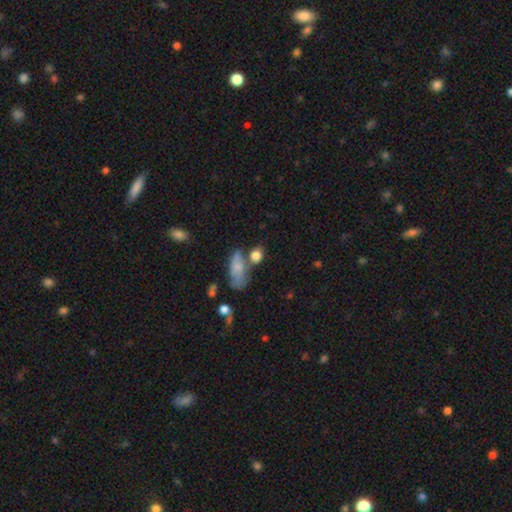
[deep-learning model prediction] Smooth or featured: smooth — 79% (featured or disk — 11%)
How rounded: round — 54% (in between — 42%)
Merging: none — 53% (merger — 24%)